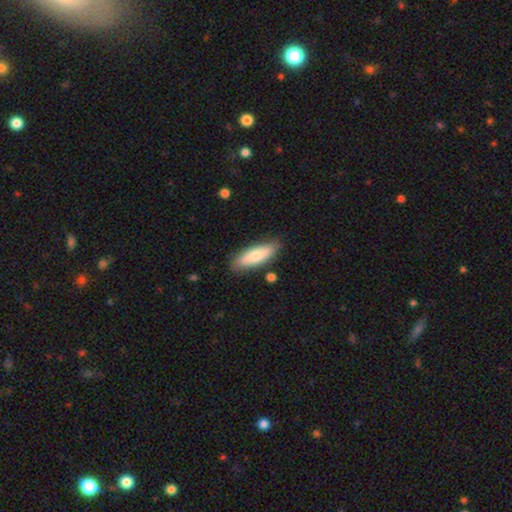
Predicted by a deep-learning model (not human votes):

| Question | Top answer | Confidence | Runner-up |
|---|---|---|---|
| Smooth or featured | smooth | 72% | featured or disk (22%) |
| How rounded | in between | 64% | cigar-shaped (34%) |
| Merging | none | 80% | minor disturbance (14%) |